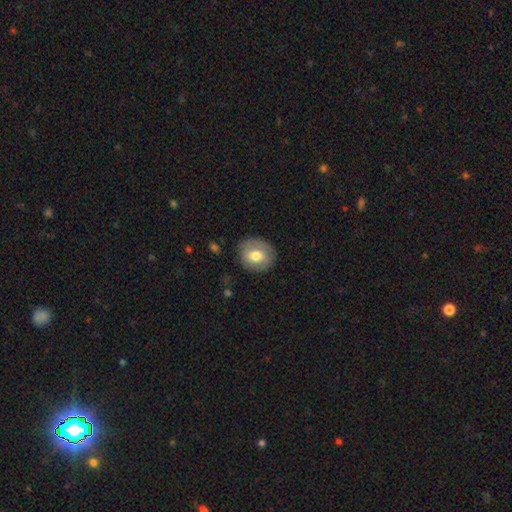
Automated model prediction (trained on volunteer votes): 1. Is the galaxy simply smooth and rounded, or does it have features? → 69% smooth, 24% featured or disk, 7% star or artifact.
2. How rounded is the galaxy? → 67% round, 32% in between, 1% cigar-shaped.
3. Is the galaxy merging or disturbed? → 84% none, 12% minor disturbance, 3% major disturbance, 1% merger.